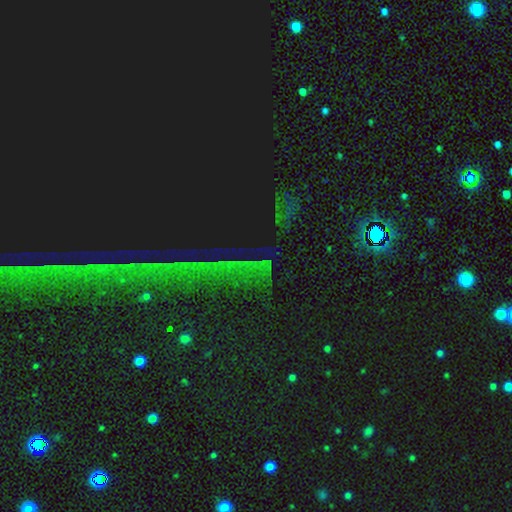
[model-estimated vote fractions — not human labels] A star or artifact, not a galaxy (85%).